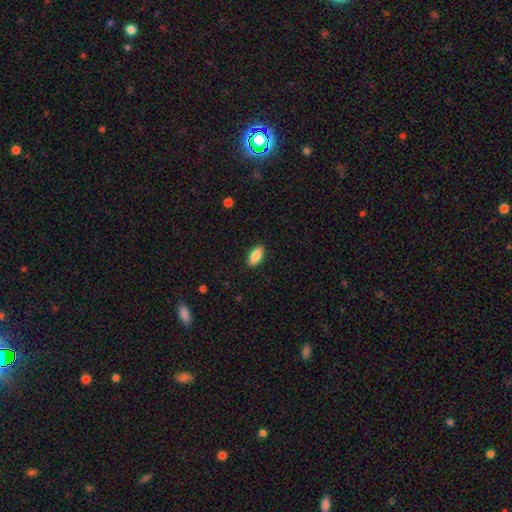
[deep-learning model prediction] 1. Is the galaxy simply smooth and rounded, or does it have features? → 84% smooth, 10% featured or disk, 6% star or artifact.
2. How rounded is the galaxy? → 83% in between, 14% cigar-shaped, 2% round.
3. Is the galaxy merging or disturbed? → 89% none, 8% minor disturbance, 2% major disturbance, 1% merger.